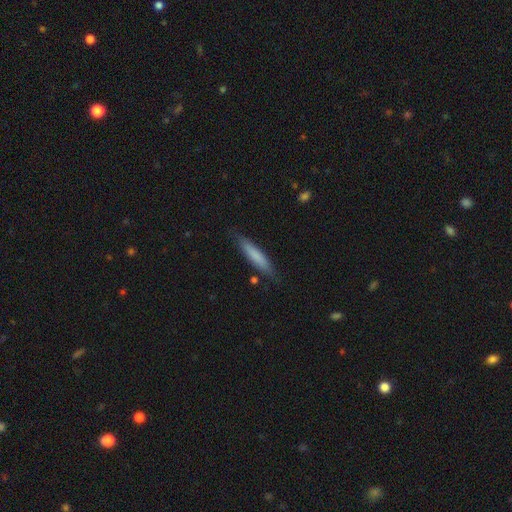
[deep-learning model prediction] This appears to be a smooth galaxy with no disk features (77%) that is cigar-shaped (87%). Merging: none (82%).